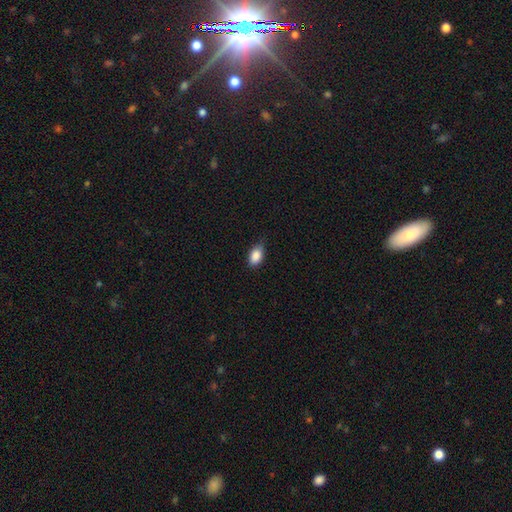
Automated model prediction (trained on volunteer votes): smooth_or_featured: smooth (p=0.88) [alt: star or artifact p=0.08]
how_rounded: in between (p=0.89) [alt: round p=0.09]
merging: none (p=0.70) [alt: minor disturbance p=0.26]